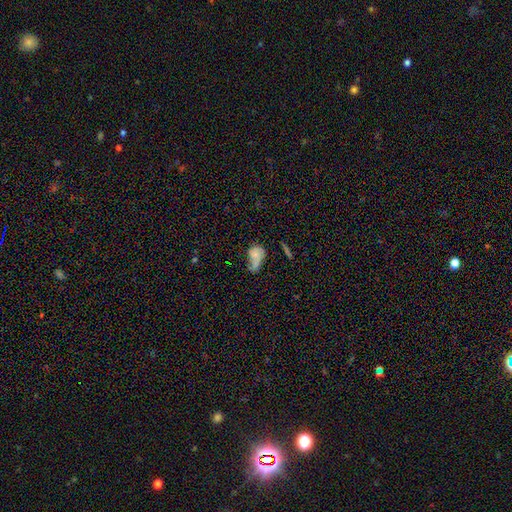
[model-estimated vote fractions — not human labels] Q: Smooth or featured?
A: smooth (58%); runner-up: featured or disk (30%)
Q: How rounded?
A: in between (77%); runner-up: round (20%)
Q: Merging?
A: major disturbance (32%); runner-up: none (27%)